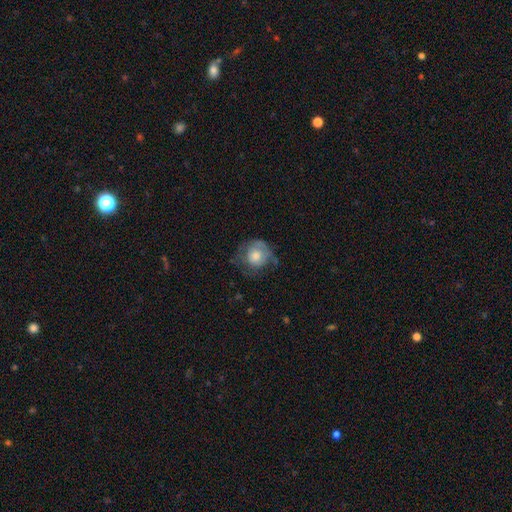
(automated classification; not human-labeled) Smooth or featured? smooth (54%)
How rounded? round (83%)
Merging? none (49%)